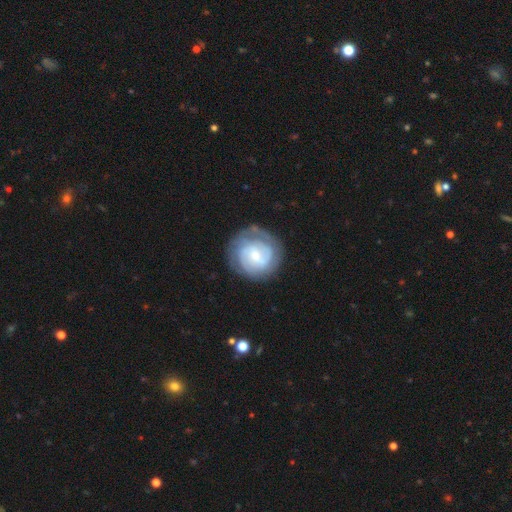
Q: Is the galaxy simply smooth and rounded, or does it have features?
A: featured or disk — 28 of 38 (74%).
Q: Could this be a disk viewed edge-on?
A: no — 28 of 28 (100%).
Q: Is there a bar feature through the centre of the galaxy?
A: weak — 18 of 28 (64%).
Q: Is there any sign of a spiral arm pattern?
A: yes — 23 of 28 (82%).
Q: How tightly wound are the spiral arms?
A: medium — 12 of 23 (52%).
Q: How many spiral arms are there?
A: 2 — 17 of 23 (74%).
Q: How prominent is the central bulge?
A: small — 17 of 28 (61%).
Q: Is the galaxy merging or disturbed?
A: none — 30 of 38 (79%).